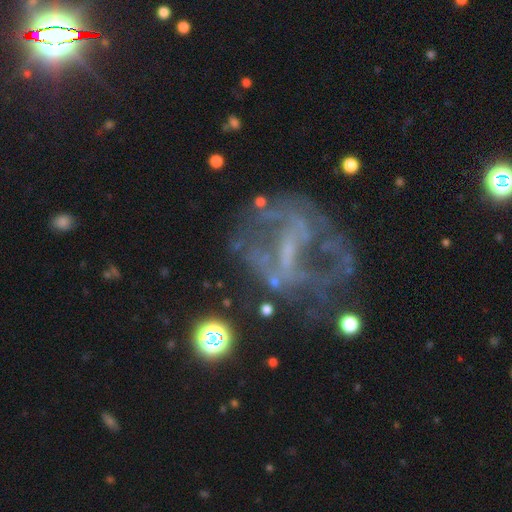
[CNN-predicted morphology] smooth_or_featured: featured or disk (p=0.73) [alt: star or artifact p=0.16]
disk_edge_on: no (p=0.96) [alt: yes p=0.04]
bar: weak (p=0.36) [alt: strong p=0.33]
has_spiral_arms: yes (p=0.56) [alt: no p=0.44]
bulge_size: none (p=0.48) [alt: small p=0.31]
merging: none (p=0.49) [alt: major disturbance p=0.29]